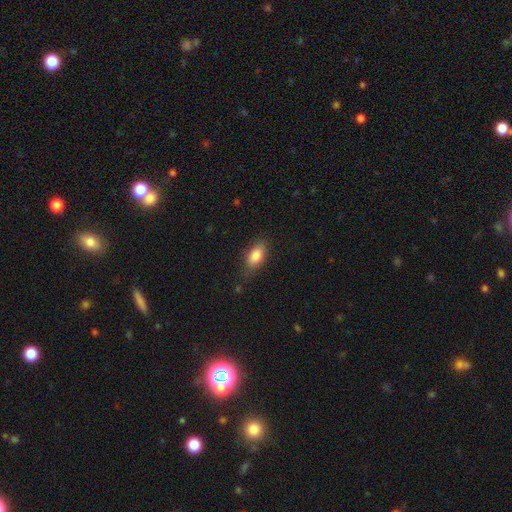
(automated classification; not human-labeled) Smooth or featured? Predicted: smooth (p=0.83). How rounded? Predicted: in between (p=0.87). Merging? Predicted: none (p=0.76).